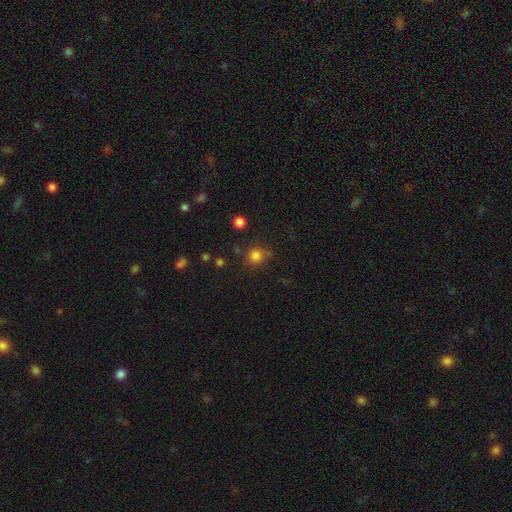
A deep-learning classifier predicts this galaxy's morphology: Smooth or featured: smooth — 81% (star or artifact — 14%)
How rounded: round — 88% (in between — 11%)
Merging: none — 77% (minor disturbance — 14%)